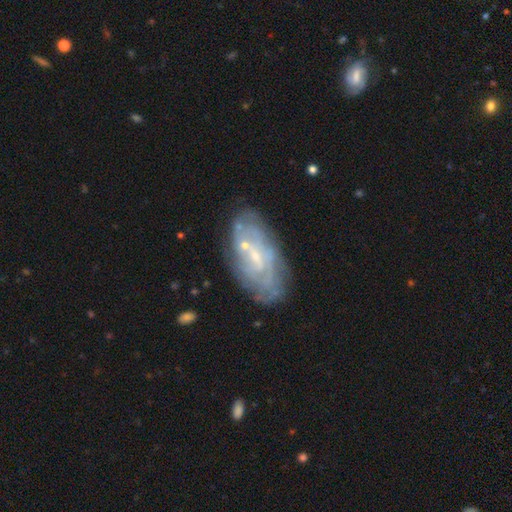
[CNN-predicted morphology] The model was most divided on "bar": no: 47%, weak: 42%, strong: 11%. More confident: edge-on disk — no (93%); smooth or featured — featured or disk (71%); bulge size — small (68%); spiral arms — yes (66%); merging — none (66%).